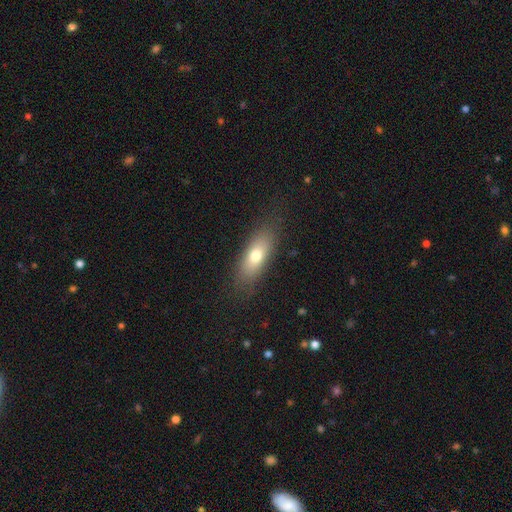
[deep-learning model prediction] Morphology: type=smooth (72%); roundness=in between (72%); merging=none (82%).